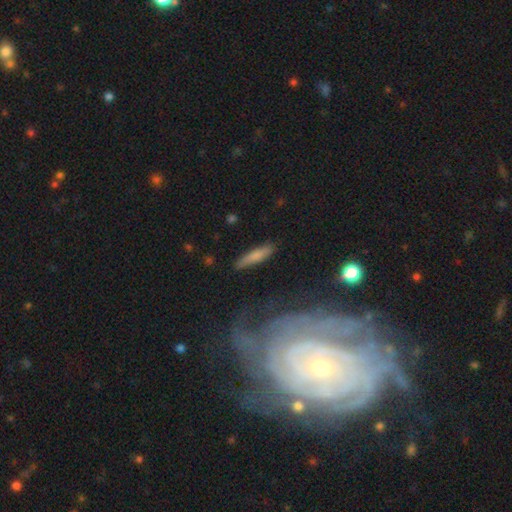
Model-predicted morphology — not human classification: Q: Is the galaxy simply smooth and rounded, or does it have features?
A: smooth — 71%.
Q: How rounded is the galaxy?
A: cigar-shaped — 82%.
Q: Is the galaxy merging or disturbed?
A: none — 82%.